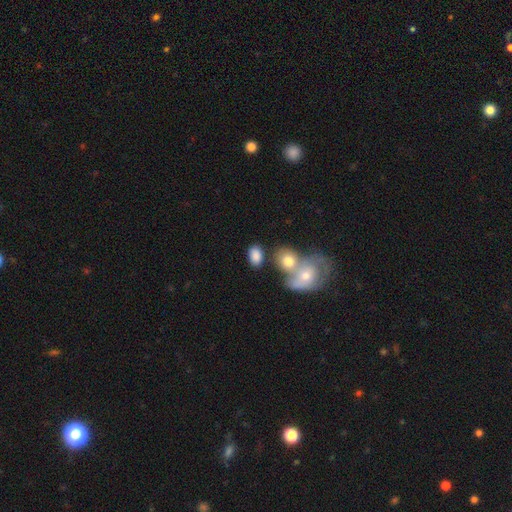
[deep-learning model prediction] Overall: smooth (81%). How rounded: in between (84%). Merging: none (58%; merger 24%).